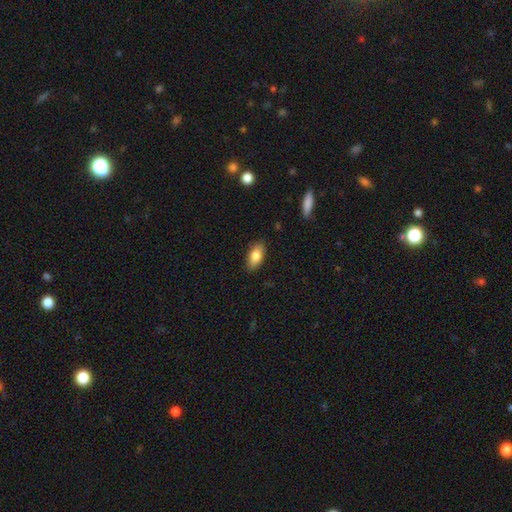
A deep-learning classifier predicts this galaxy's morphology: A smooth galaxy with no disk features (83%) that is in between round and cigar-shaped (89%).

Vote fractions:
- Smooth or featured? smooth: 83% / featured or disk: 10% / star or artifact: 7%
- How rounded? in between: 89% / cigar-shaped: 8% / round: 4%
- Merging? none: 85% / minor disturbance: 11% / major disturbance: 2% / merger: 1%